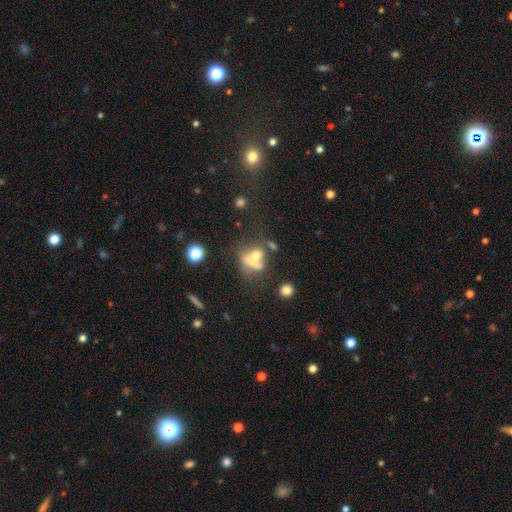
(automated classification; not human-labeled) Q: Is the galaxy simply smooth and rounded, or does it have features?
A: smooth — 51%.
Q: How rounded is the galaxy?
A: in between — 49%.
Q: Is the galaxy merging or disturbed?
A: merger — 44%.